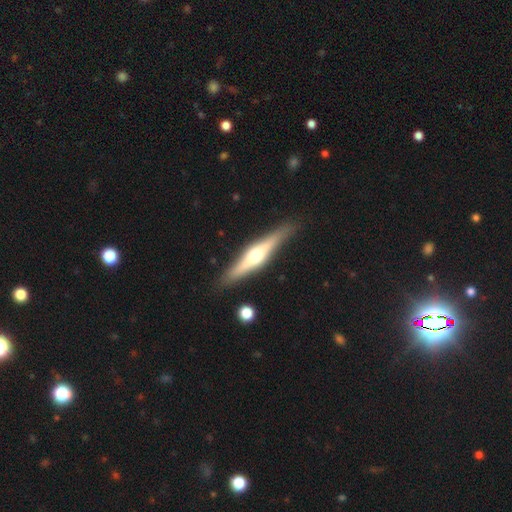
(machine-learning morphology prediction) A featured or disk galaxy (69%) viewed edge-on (96%) with a rounded central bulge (91%).

Vote fractions:
- Smooth or featured? featured or disk: 69% / smooth: 26% / star or artifact: 5%
- Edge-on disk? yes: 96% / no: 4%
- Edge-on bulge? rounded: 91% / boxy: 5% / none: 4%
- Merging? none: 88% / minor disturbance: 9% / major disturbance: 2% / merger: 2%